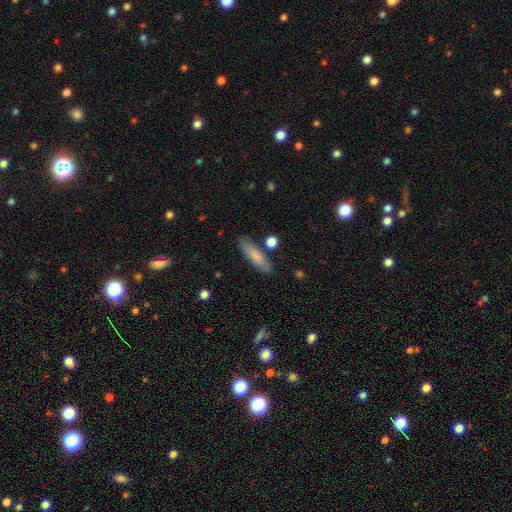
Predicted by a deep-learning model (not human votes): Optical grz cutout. It shows a smooth galaxy with no disk features (79%) that is cigar-shaped (67%). Merging: none (83%).